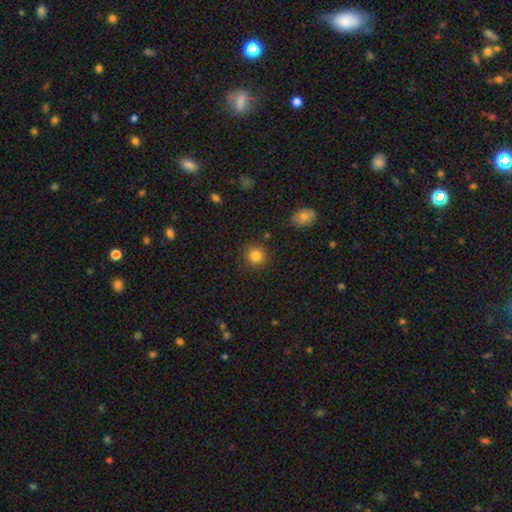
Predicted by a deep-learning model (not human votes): A smooth galaxy with no disk features (84%) that is round (90%). Merging: none (88%).